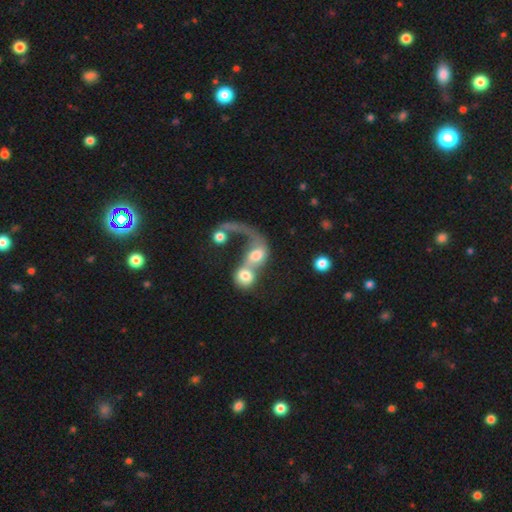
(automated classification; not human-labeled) Smooth or featured: smooth — 48% (featured or disk — 42%)
Merging: merger — 78% (major disturbance — 11%)